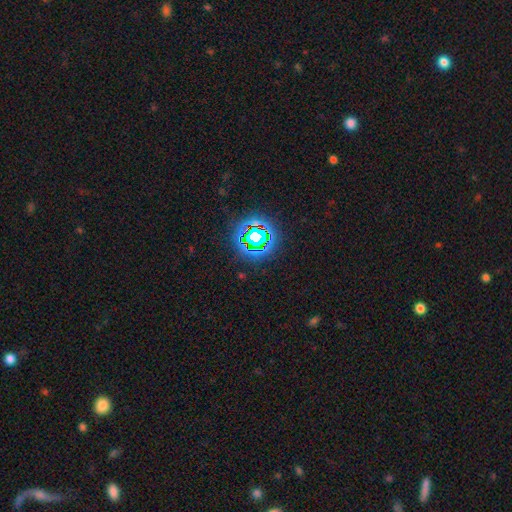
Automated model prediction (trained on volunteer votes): Smooth or featured: star or artifact — 79% (smooth — 15%)